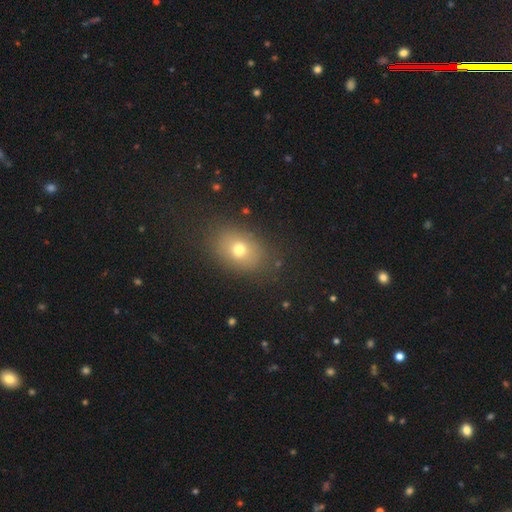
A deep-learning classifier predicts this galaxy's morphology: This is likely a smooth galaxy (66%). How rounded: possibly in between (60%). Merging: clearly none (87%).